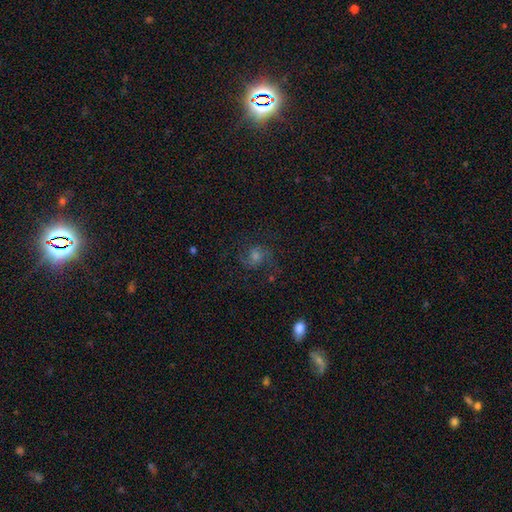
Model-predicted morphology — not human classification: smooth-or-featured: featured or disk: 62% | star or artifact: 20% | smooth: 18%
  disk-edge-on: no: 97% | yes: 3%
    bar: no: 62% | weak: 32% | strong: 6%
    has-spiral-arms: yes: 93% | no: 7%
      spiral-winding: medium: 54% | loose: 28% | tight: 18%
      spiral-arm-count: 2: 83% | can't tell: 7% | 1: 3% | 3: 3% | 4: 2% | more than 4: 2%
    bulge-size: moderate: 48% | small: 34% | large: 10% | none: 6% | dominant: 2%
  merging: none: 73% | minor disturbance: 15% | major disturbance: 11% | merger: 2%